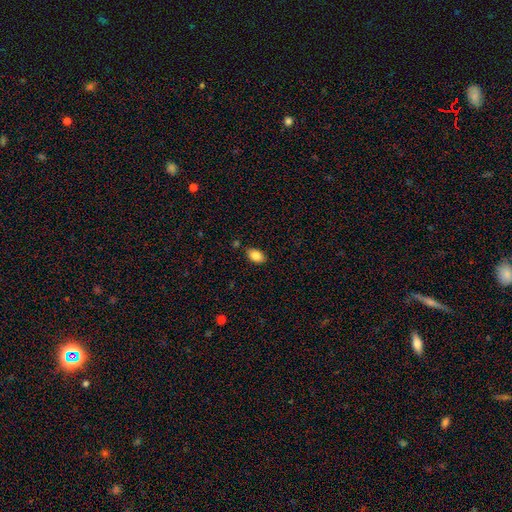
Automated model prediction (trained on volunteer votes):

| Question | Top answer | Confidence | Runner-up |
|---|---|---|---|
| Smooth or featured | smooth | 85% | star or artifact (8%) |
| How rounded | in between | 89% | round (10%) |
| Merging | none | 83% | minor disturbance (11%) |